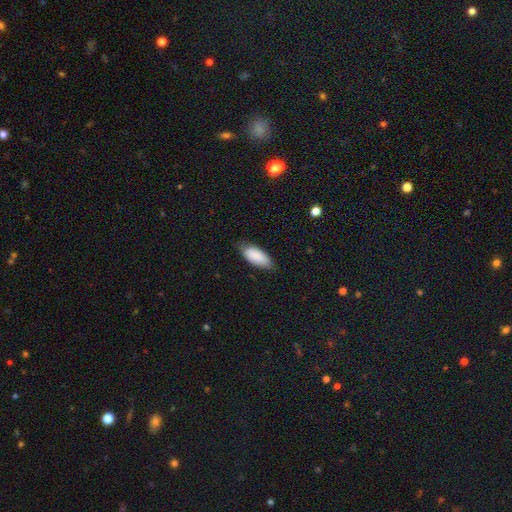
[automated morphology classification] Smooth or featured? smooth (89%)
How rounded? in between (89%)
Merging? none (77%)